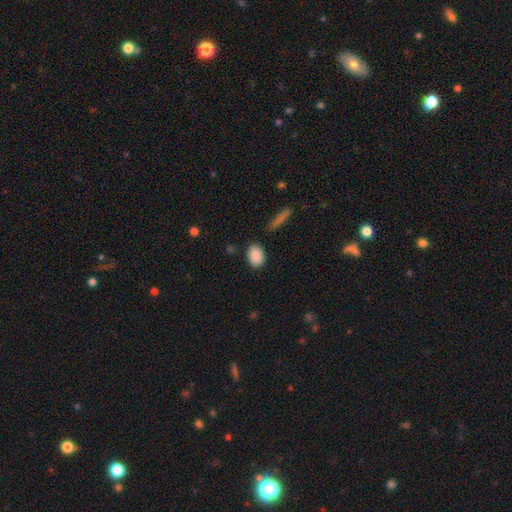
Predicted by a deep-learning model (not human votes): smooth-or-featured: smooth: 89% | star or artifact: 7% | featured or disk: 4%
  how-rounded: in between: 84% | round: 14% | cigar-shaped: 2%
  merging: none: 85% | minor disturbance: 10% | major disturbance: 3% | merger: 2%